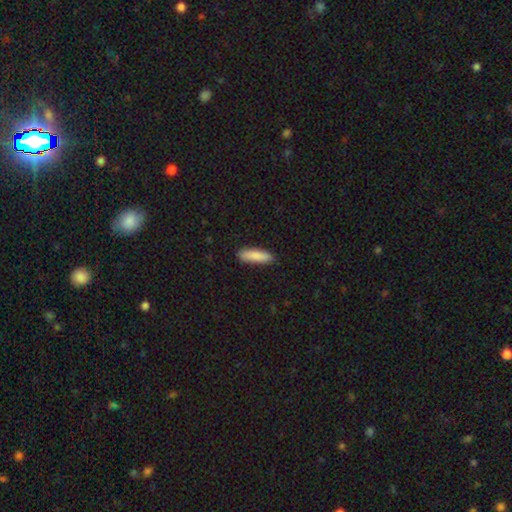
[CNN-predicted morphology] Q: Smooth or featured?
A: smooth (87%); runner-up: featured or disk (7%)
Q: How rounded?
A: cigar-shaped (64%); runner-up: in between (34%)
Q: Merging?
A: none (87%); runner-up: minor disturbance (10%)